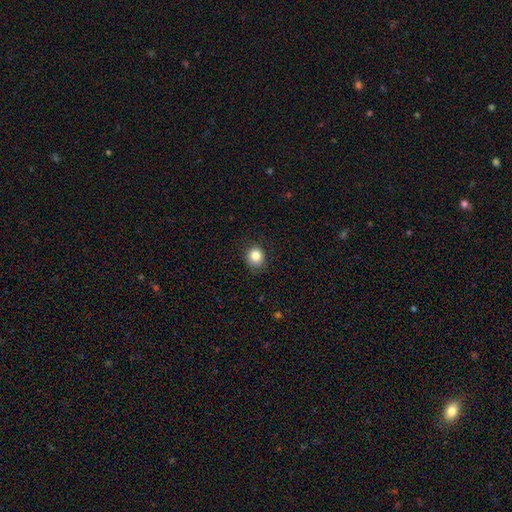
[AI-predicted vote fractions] This is clearly a smooth galaxy (84%). How rounded: likely round (74%). Merging: likely none (80%).